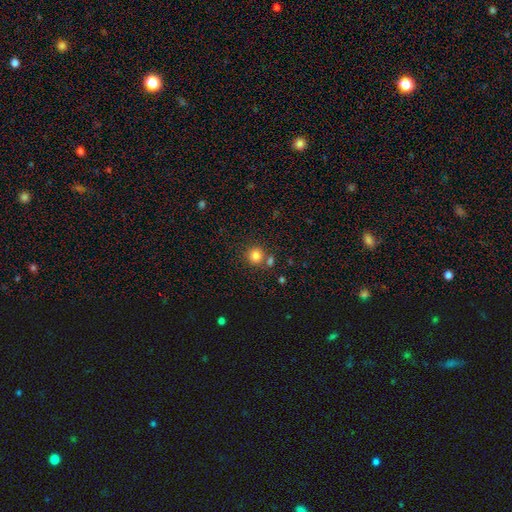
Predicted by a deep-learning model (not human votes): Smooth or featured? Predicted: smooth (p=0.83). How rounded? Predicted: round (p=0.90). Merging? Predicted: none (p=0.70).